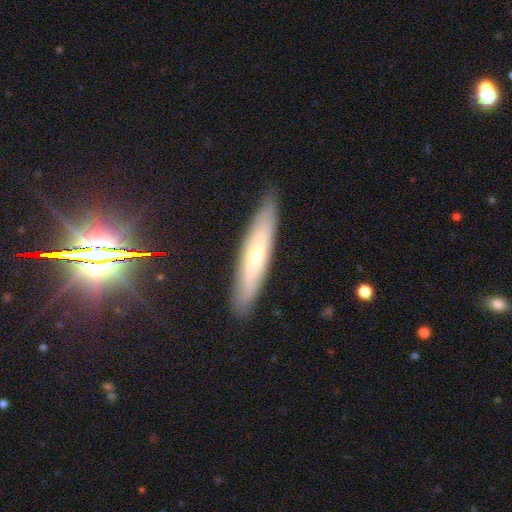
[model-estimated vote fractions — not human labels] smooth_or_featured: smooth (p=0.48) [alt: featured or disk p=0.45]
merging: none (p=0.88) [alt: minor disturbance p=0.09]